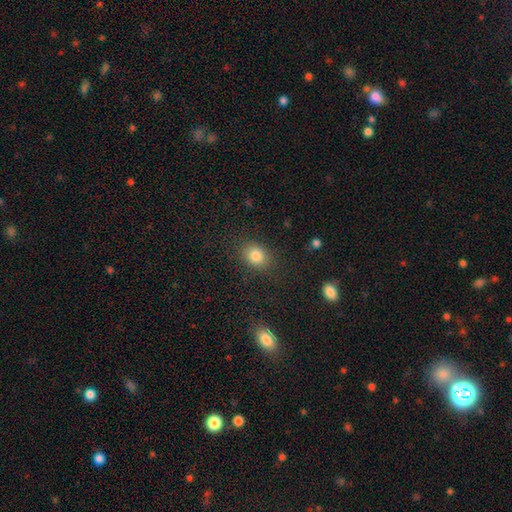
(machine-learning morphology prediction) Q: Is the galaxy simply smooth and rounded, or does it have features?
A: smooth — 82%.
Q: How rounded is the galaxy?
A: round — 51%.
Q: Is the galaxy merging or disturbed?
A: none — 85%.